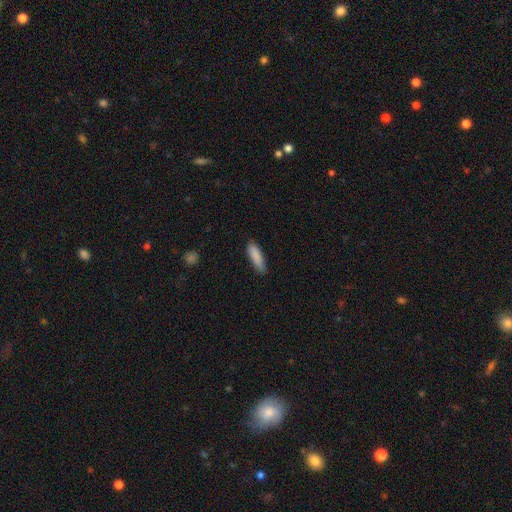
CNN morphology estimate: The model was most divided on "how rounded": cigar-shaped: 61%, in between: 38%, round: 1%. More confident: smooth or featured — smooth (88%); merging — none (82%).